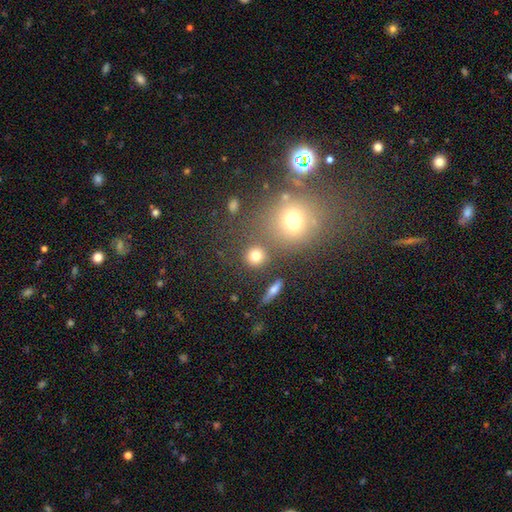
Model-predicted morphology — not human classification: Smooth or featured: smooth — 77% (star or artifact — 14%)
How rounded: round — 87% (in between — 11%)
Merging: none — 74% (merger — 12%)